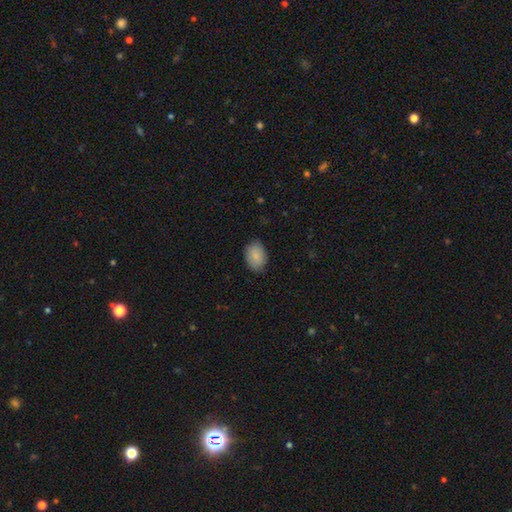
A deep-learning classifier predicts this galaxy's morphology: Smooth or featured? smooth (88%)
How rounded? in between (82%)
Merging? none (82%)